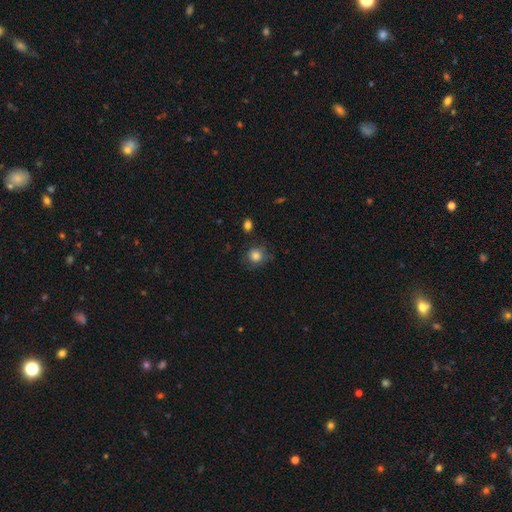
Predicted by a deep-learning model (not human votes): smooth-or-featured: smooth: 81% | star or artifact: 11% | featured or disk: 8%
  how-rounded: round: 85% | in between: 14% | cigar-shaped: 1%
  merging: none: 71% | minor disturbance: 19% | major disturbance: 7% | merger: 3%